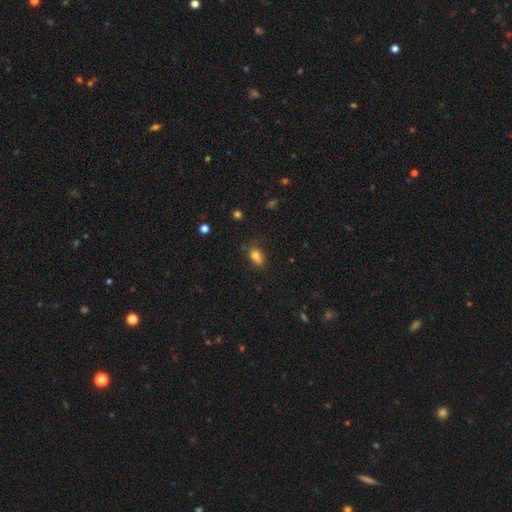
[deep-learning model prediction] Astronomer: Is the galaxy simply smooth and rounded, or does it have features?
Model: smooth — 78%.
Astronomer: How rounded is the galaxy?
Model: in between — 72%.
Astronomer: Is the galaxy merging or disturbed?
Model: none — 51% (runner-up: minor disturbance, 27%).